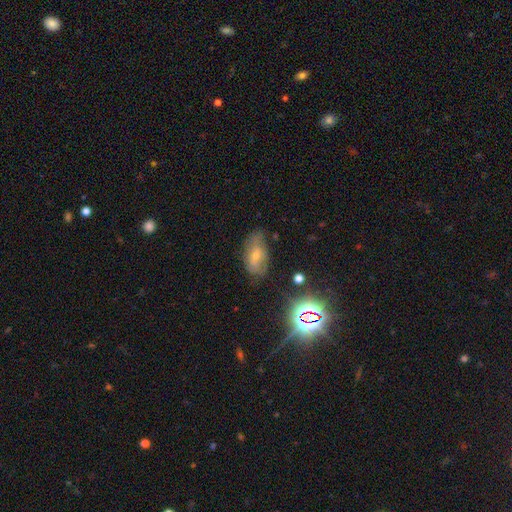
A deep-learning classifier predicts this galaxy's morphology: This is possibly a smooth galaxy (46%). Merging: possibly none (53%).